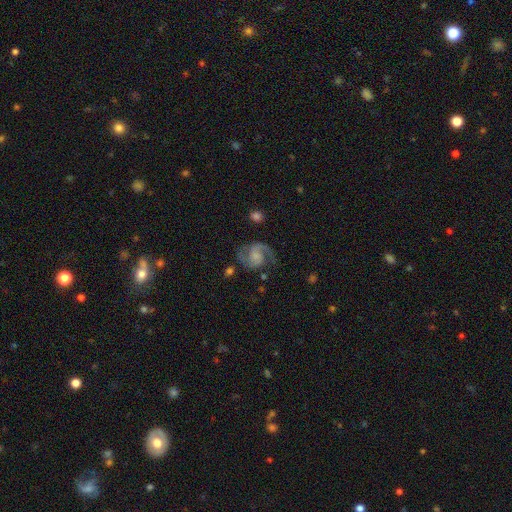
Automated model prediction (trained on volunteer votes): Smooth or featured? featured or disk (85%)
Edge-on disk? no (98%)
Bar? no (55%)
Spiral arms? yes (97%)
Spiral winding? medium (56%)
Spiral arm count? 2 (87%)
Bulge size? none (36%)
Merging? none (69%)